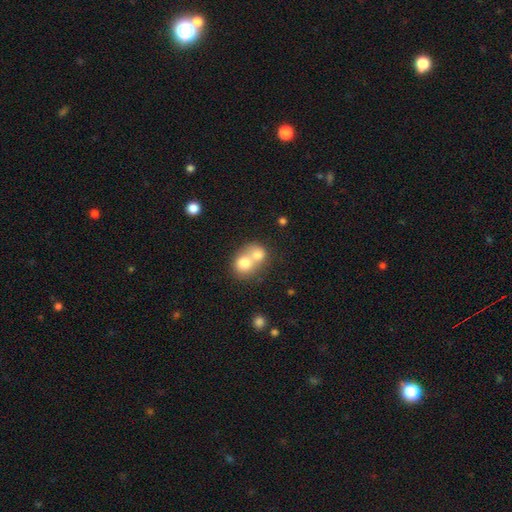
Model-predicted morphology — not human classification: The model was most divided on "how rounded": round: 71%, in between: 28%, cigar-shaped: 1%. More confident: smooth or featured — smooth (70%); merging — merger (70%).